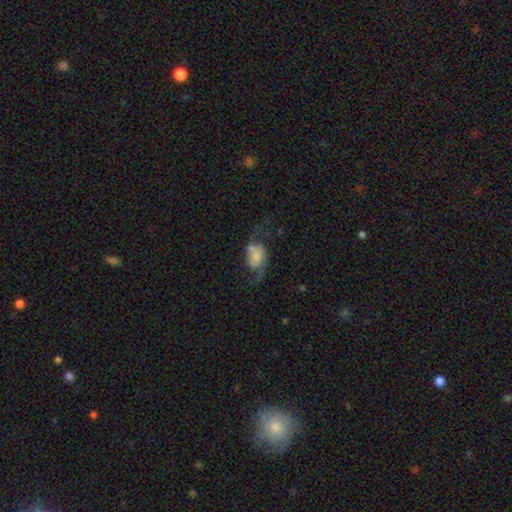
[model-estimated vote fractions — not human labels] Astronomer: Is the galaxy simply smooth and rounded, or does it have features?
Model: featured or disk — 52% (runner-up: smooth, 40%).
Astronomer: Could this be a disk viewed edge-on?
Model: no — 96%.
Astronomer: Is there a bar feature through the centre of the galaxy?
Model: no — 67%.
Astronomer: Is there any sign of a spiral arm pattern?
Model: yes — 74%.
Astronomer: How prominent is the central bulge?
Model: small — 35% (runner-up: moderate, 27%).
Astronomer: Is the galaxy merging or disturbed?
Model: major disturbance — 34% (runner-up: none, 33%).